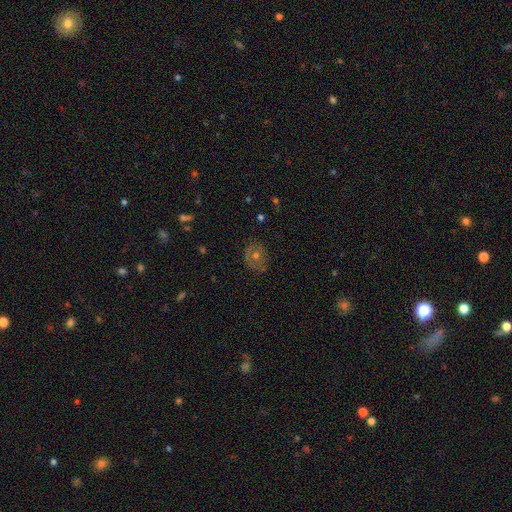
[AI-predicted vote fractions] smooth-or-featured: featured or disk: 44% | smooth: 39% | star or artifact: 16%
  merging: none: 75% | minor disturbance: 17% | major disturbance: 6% | merger: 2%